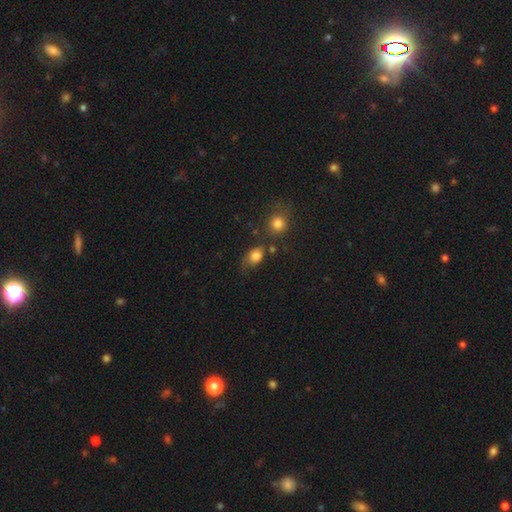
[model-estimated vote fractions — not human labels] Overall: smooth (82%). How rounded: in between (61%; round 37%). Merging: none (53%; minor disturbance 26%).